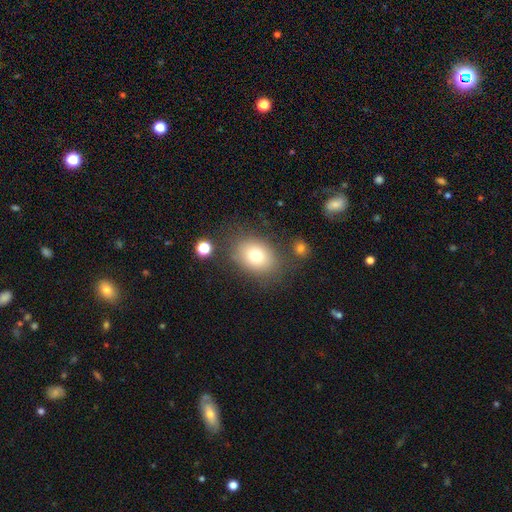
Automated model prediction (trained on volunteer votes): This appears to be a smooth galaxy with no disk features (75%) that is in between round and cigar-shaped (62%). Merging: none (75%).